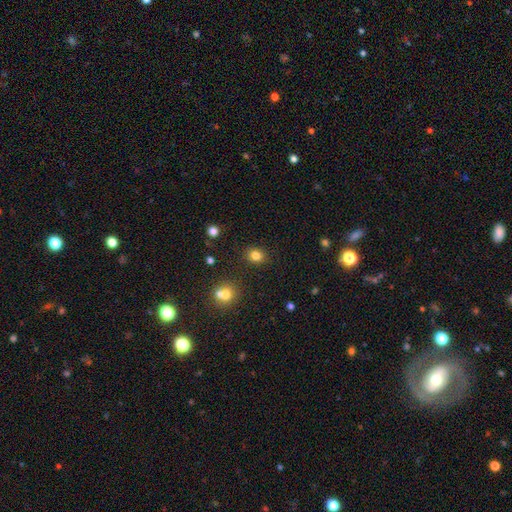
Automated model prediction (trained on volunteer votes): Smooth or featured?
  - smooth: 81% *
  - star or artifact: 13%
  - featured or disk: 6%
How rounded?
  - round: 68% *
  - in between: 31%
  - cigar-shaped: 1%
Merging?
  - none: 87% *
  - minor disturbance: 8%
  - merger: 3%
  - major disturbance: 2%